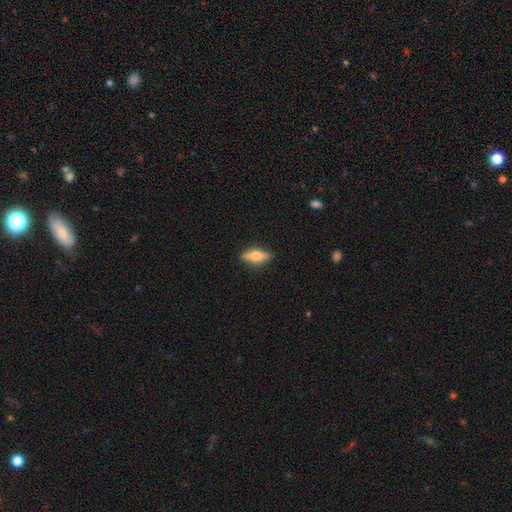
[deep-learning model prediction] This is possibly a smooth galaxy (47%). Merging: clearly none (88%).